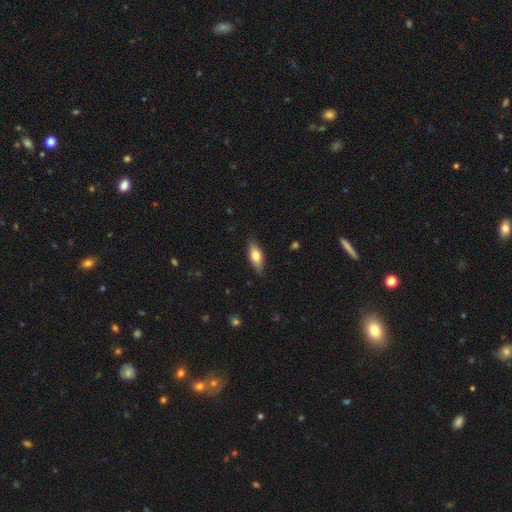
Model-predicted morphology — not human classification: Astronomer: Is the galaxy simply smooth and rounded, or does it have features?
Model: smooth — 67%.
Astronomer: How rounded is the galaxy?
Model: in between — 73%.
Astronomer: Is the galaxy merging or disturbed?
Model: none — 85%.